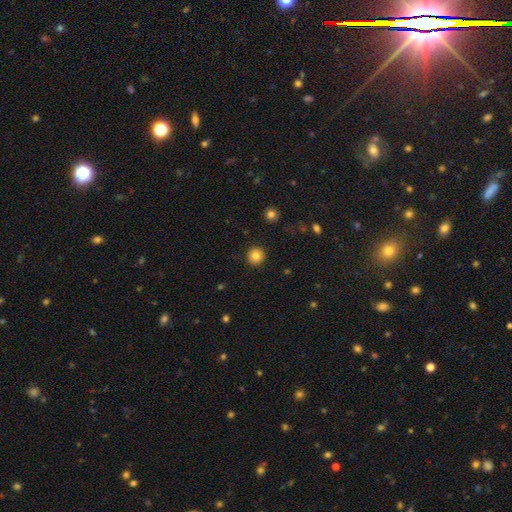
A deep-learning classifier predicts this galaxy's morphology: Smooth or featured? smooth (83%)
How rounded? round (93%)
Merging? none (91%)